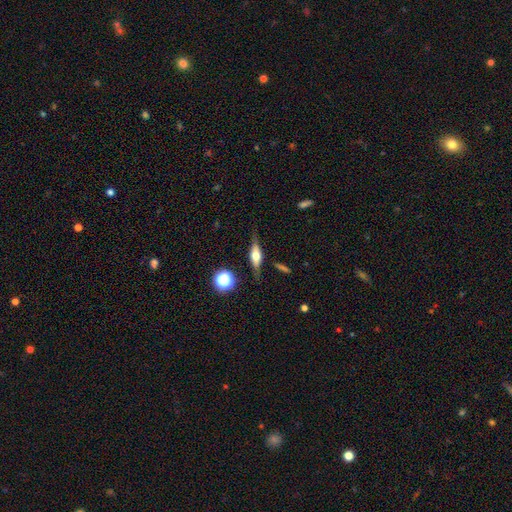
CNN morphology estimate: Q: Smooth or featured?
A: featured or disk (61%); runner-up: smooth (30%)
Q: Edge-on disk?
A: yes (92%); runner-up: no (8%)
Q: Edge-on bulge?
A: rounded (89%); runner-up: boxy (9%)
Q: Merging?
A: none (79%); runner-up: minor disturbance (14%)